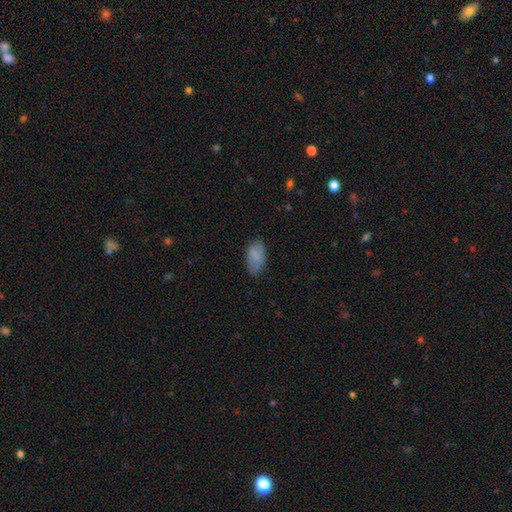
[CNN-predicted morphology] smooth 80%, featured or disk 12%, star or artifact 8%. Down the decision tree: how rounded — in between (94%); merging — none (70%).